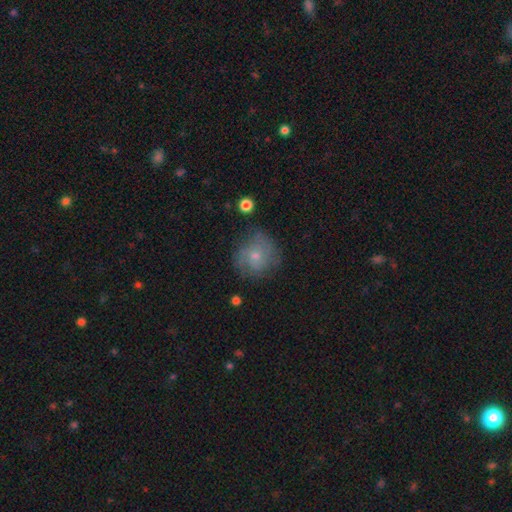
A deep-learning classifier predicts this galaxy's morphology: smooth 48%, featured or disk 42%, star or artifact 10%. Down the decision tree: merging — none (67%).